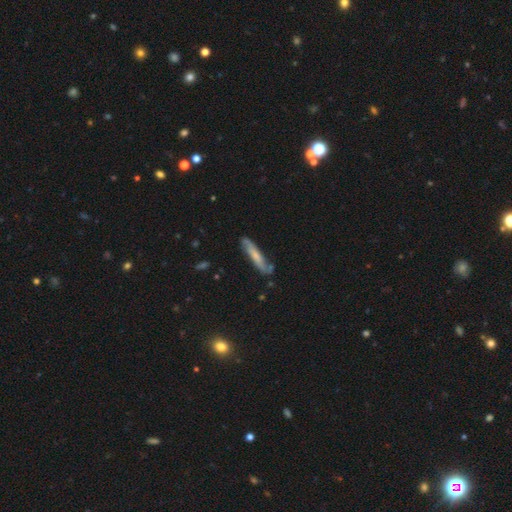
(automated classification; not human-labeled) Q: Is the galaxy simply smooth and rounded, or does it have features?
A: featured or disk — 54%.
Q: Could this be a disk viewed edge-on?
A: no — 50%, tied with yes.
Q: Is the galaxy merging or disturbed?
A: none — 72%.